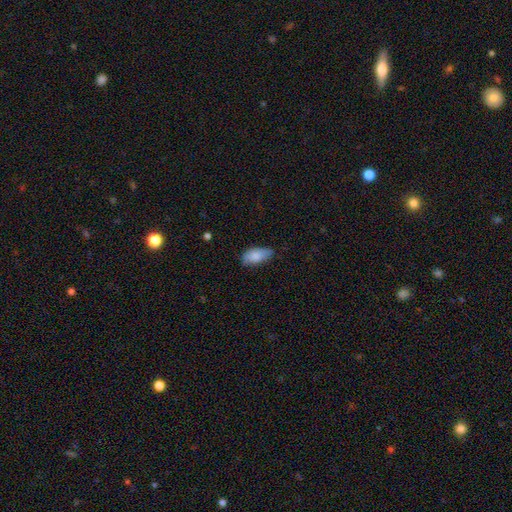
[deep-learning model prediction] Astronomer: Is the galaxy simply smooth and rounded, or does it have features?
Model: smooth — 83%.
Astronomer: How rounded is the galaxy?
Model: in between — 91%.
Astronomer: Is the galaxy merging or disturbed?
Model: none — 63%.